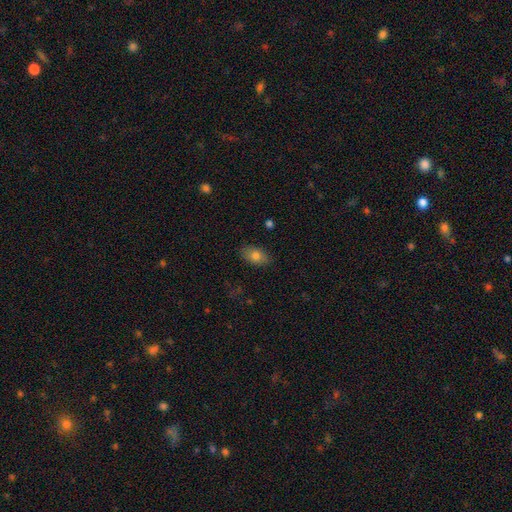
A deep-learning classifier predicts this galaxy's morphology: Smooth or featured? Predicted: smooth (p=0.78). How rounded? Predicted: in between (p=0.90). Merging? Predicted: none (p=0.85).